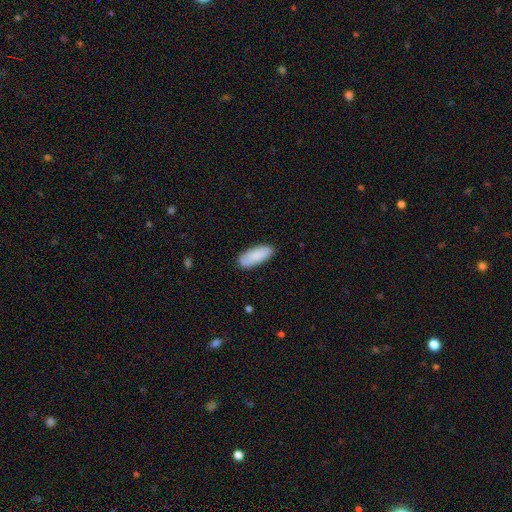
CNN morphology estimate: The model was most divided on "how rounded": in between: 79%, cigar-shaped: 20%, round: 2%. More confident: smooth or featured — smooth (87%); merging — none (84%).